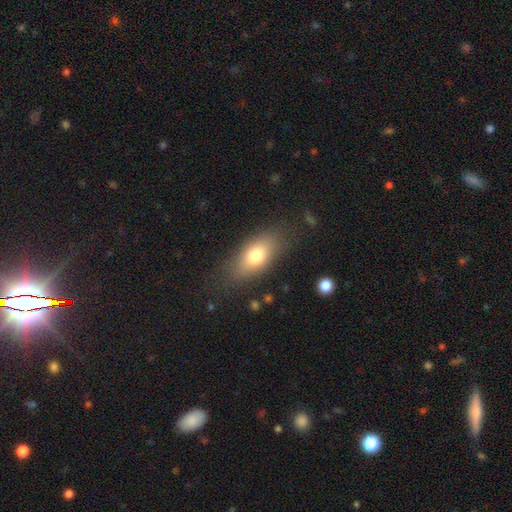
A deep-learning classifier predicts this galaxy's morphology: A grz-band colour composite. It shows a smooth galaxy with no disk features (73%) that is in between round and cigar-shaped (83%). Merging: none (78%).